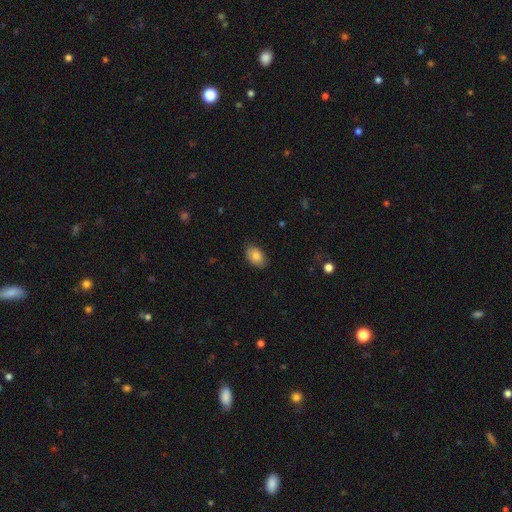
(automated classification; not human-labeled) smooth 83%, featured or disk 10%, star or artifact 7%. Down the decision tree: how rounded — in between (88%); merging — none (83%).